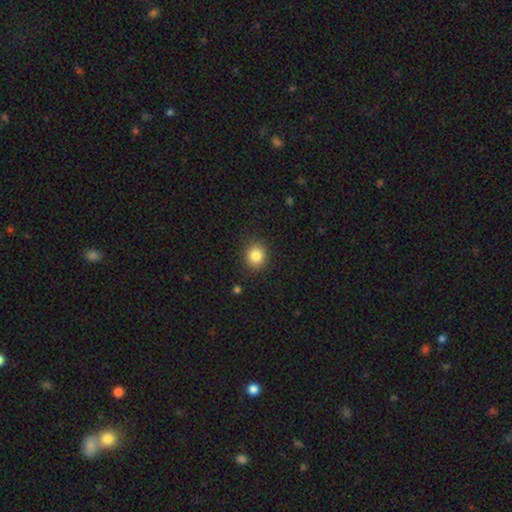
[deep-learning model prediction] A smooth galaxy with no disk features (84%) that is round (80%). Merging: none (88%).